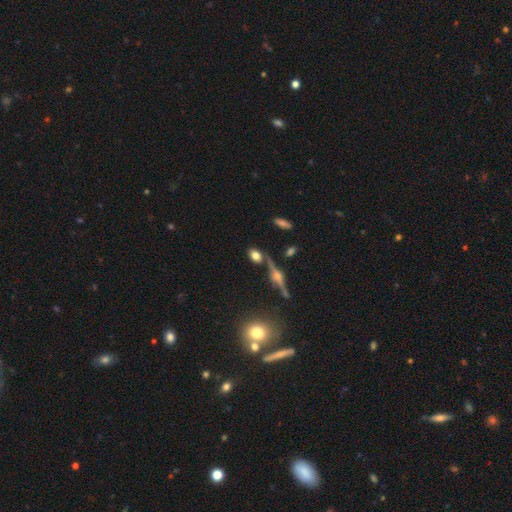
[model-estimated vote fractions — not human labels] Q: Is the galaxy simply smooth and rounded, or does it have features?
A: smooth — 62%.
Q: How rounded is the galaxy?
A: in between — 59%.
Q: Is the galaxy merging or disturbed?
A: none — 68%.